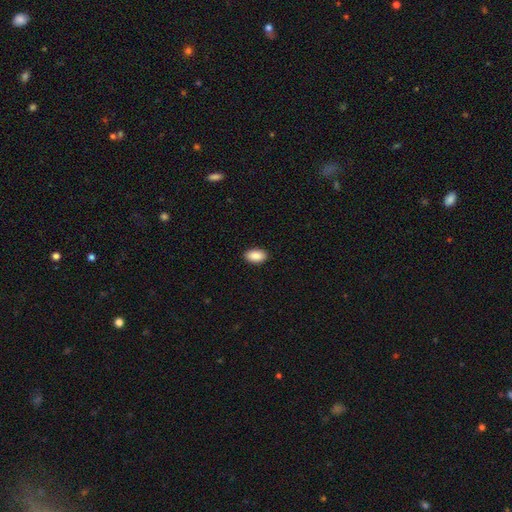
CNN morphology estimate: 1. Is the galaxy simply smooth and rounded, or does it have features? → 90% smooth, 7% star or artifact, 3% featured or disk.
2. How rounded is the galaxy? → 94% in between, 4% round, 2% cigar-shaped.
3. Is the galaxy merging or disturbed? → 90% none, 7% minor disturbance, 2% major disturbance, 1% merger.